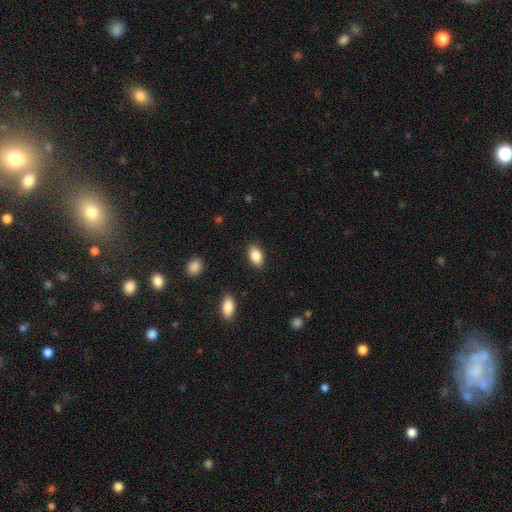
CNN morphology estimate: smooth_or_featured: smooth (p=0.85) [alt: star or artifact p=0.08]
how_rounded: in between (p=0.90) [alt: round p=0.08]
merging: none (p=0.87) [alt: minor disturbance p=0.09]